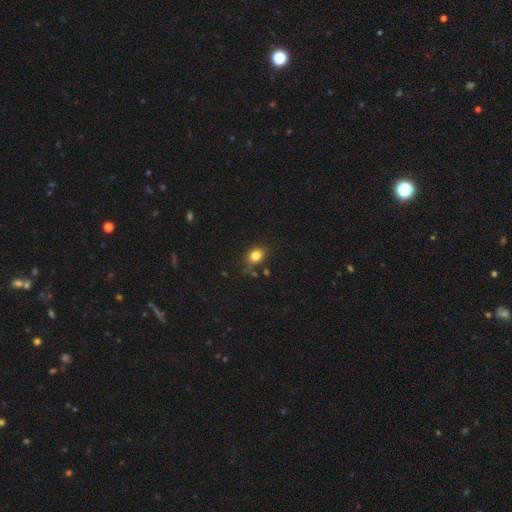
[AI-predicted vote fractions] This appears to be a smooth galaxy with no disk features (82%) that is round (50%). Merging: none (72%).